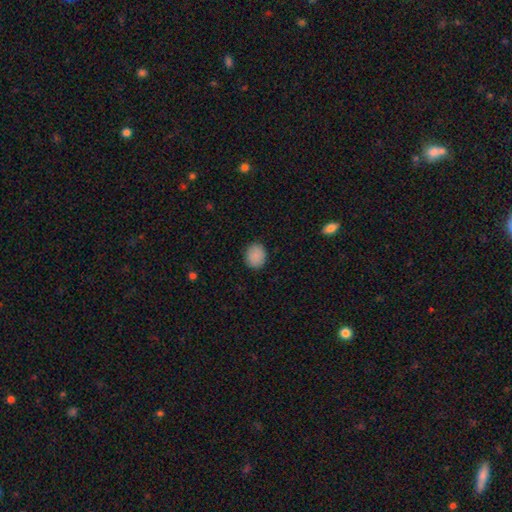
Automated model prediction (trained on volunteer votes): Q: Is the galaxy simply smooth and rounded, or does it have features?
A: smooth — 89%.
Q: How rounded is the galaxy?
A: round — 62%.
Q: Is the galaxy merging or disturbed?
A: none — 89%.